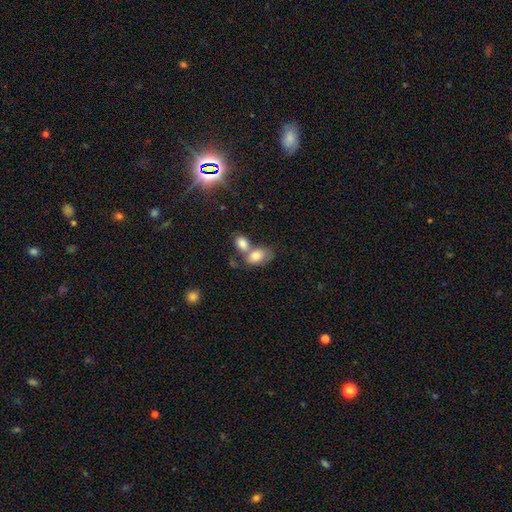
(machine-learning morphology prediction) This is likely a smooth galaxy (78%). How rounded: clearly in between (87%). Merging: possibly merger (57%).